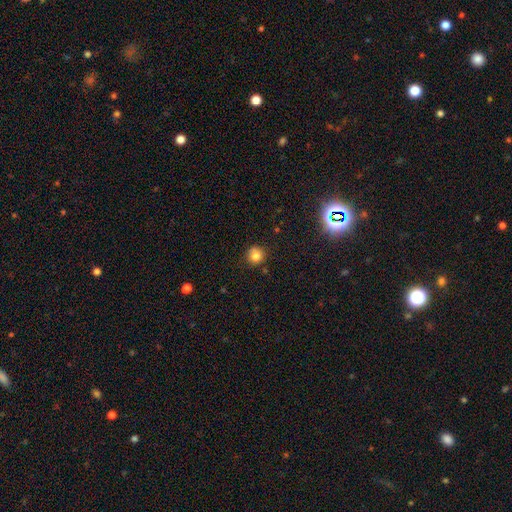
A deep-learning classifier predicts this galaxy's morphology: smooth 81%, star or artifact 13%, featured or disk 6%. Down the decision tree: how rounded — round (90%); merging — none (81%).